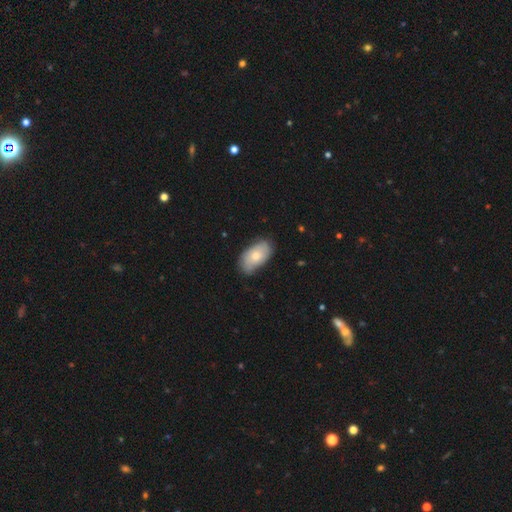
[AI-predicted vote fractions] This is likely a smooth galaxy (65%). How rounded: clearly in between (94%). Merging: likely none (73%).